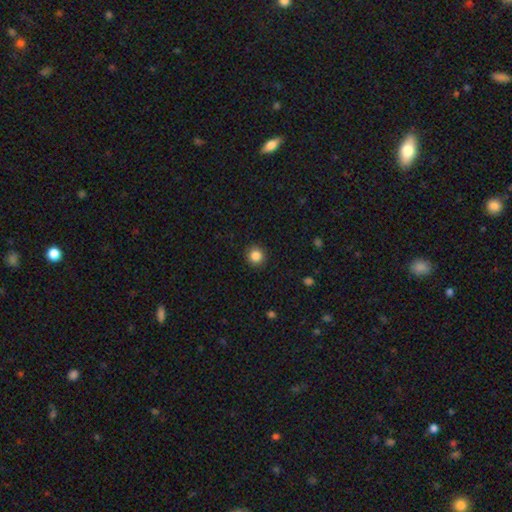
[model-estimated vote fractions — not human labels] Smooth or featured: smooth — 85% (star or artifact — 11%)
How rounded: round — 93% (in between — 6%)
Merging: none — 91% (minor disturbance — 6%)